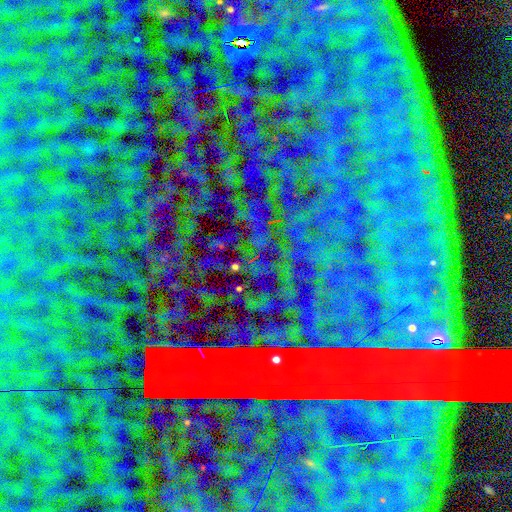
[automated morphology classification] Smooth or featured? star or artifact (86%)